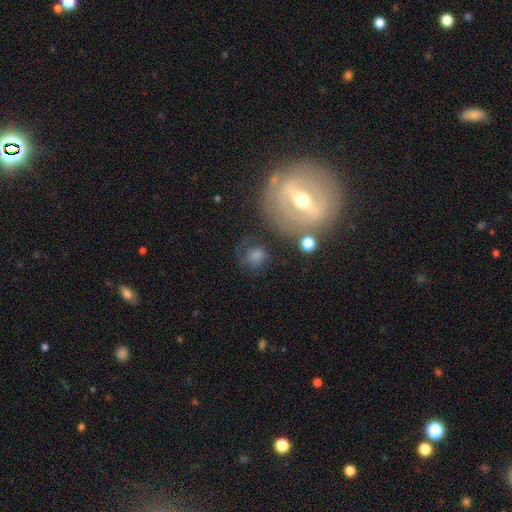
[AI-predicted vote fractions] This is possibly a smooth galaxy (59%). How rounded: likely round (72%). Merging: possibly none (55%).